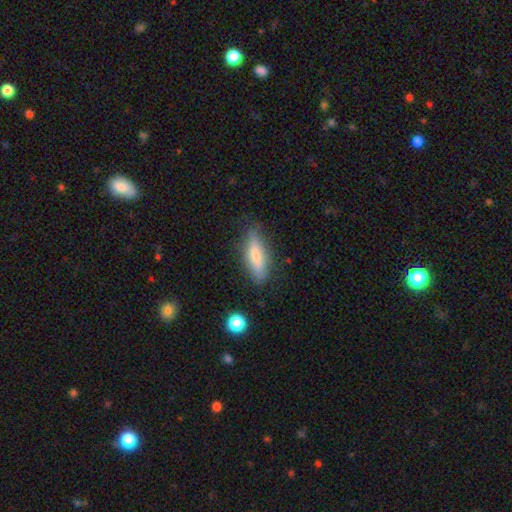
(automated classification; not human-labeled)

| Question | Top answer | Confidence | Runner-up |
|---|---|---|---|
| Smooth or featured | smooth | 61% | featured or disk (33%) |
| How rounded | cigar-shaped | 62% | in between (36%) |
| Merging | none | 81% | minor disturbance (15%) |